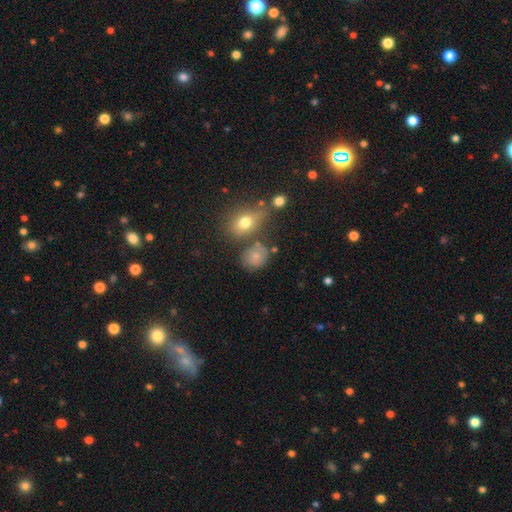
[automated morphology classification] Smooth or featured?
  - smooth: 75% *
  - star or artifact: 13%
  - featured or disk: 12%
How rounded?
  - round: 66% *
  - in between: 32%
  - cigar-shaped: 2%
Merging?
  - none: 64% *
  - minor disturbance: 17%
  - merger: 13%
  - major disturbance: 6%